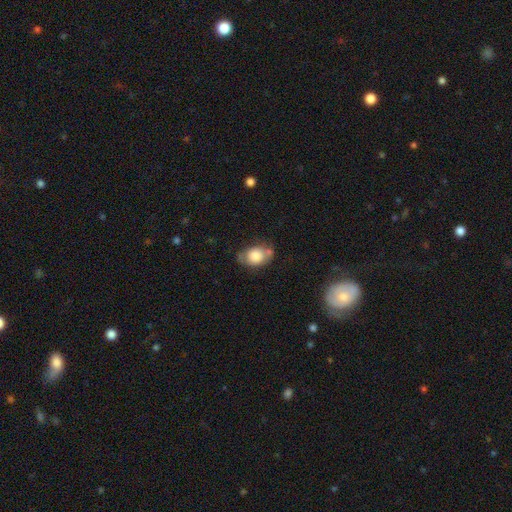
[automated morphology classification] smooth_or_featured: smooth (p=0.76) [alt: featured or disk p=0.17]
how_rounded: in between (p=0.70) [alt: round p=0.29]
merging: none (p=0.54) [alt: minor disturbance p=0.26]